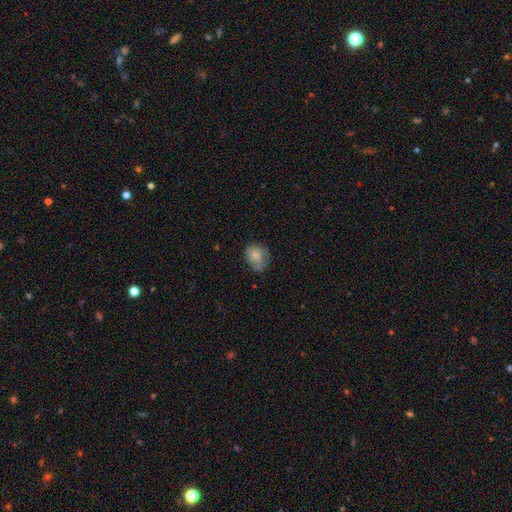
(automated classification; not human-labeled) This is likely a smooth galaxy (66%). How rounded: possibly round (59%). Merging: possibly none (55%).